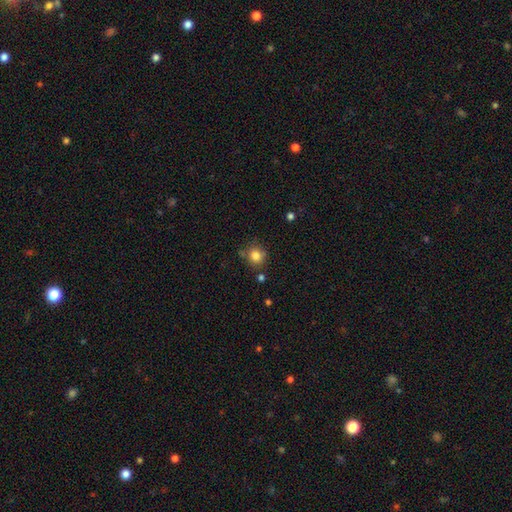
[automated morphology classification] A smooth galaxy with no disk features (82%) that is round (87%). Merging: none (75%).